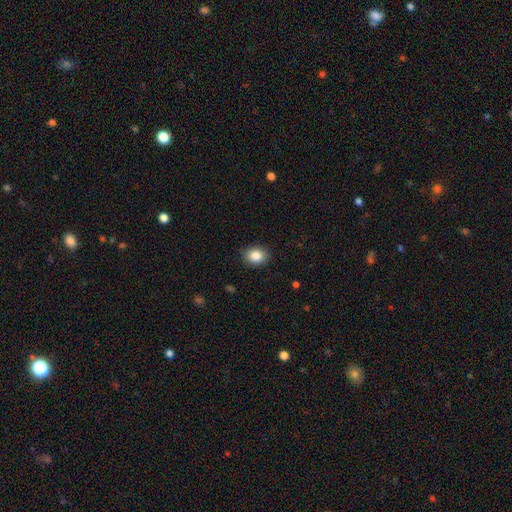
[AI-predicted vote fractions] Smooth or featured?
  - smooth: 86% *
  - star or artifact: 9%
  - featured or disk: 5%
How rounded?
  - in between: 51% *
  - round: 48%
  - cigar-shaped: 1%
Merging?
  - none: 87% *
  - minor disturbance: 9%
  - major disturbance: 2%
  - merger: 1%